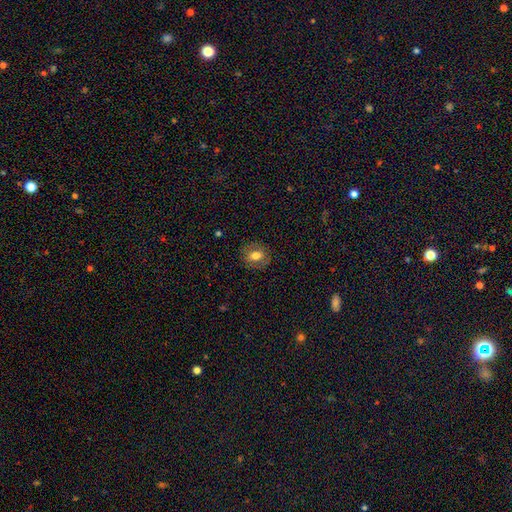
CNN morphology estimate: smooth-or-featured: smooth: 68% | featured or disk: 23% | star or artifact: 9%
  how-rounded: round: 54% | in between: 45% | cigar-shaped: 1%
  merging: none: 82% | minor disturbance: 12% | major disturbance: 4% | merger: 1%